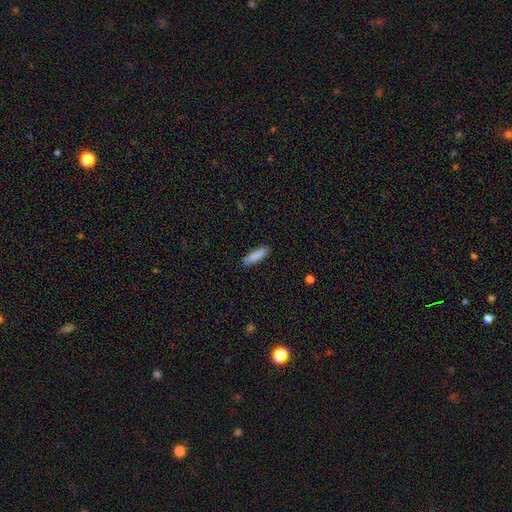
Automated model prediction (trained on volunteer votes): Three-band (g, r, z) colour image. It shows a smooth galaxy with no disk features (87%) that is cigar-shaped (65%). Merging: none (85%).